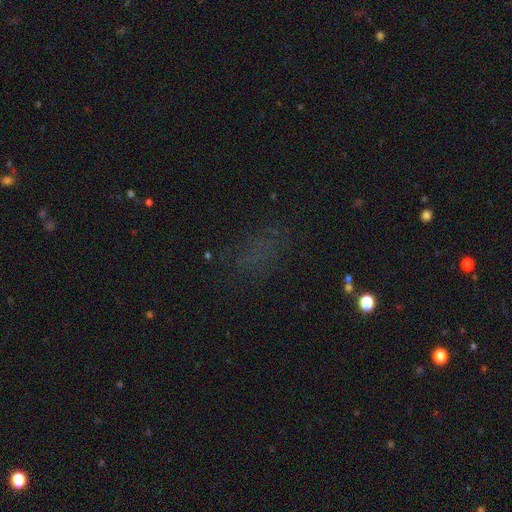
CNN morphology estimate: A star or artifact, not a galaxy (47%).